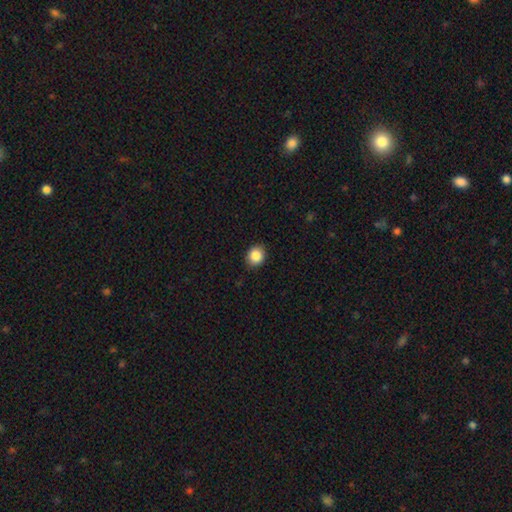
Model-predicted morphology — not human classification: Overall: smooth (87%). How rounded: round (77%). Merging: none (89%).